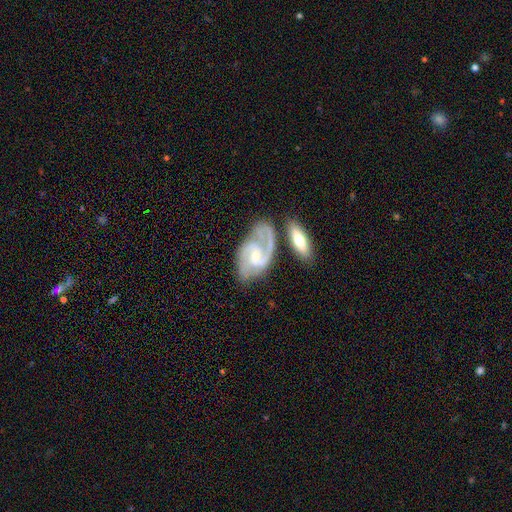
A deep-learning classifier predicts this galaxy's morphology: Smooth or featured?
  - featured or disk: 90% *
  - smooth: 5%
  - star or artifact: 4%
Edge-on disk?
  - no: 97% *
  - yes: 3%
Bar?
  - weak: 45% *
  - no: 41%
  - strong: 14%
Spiral arms?
  - yes: 98% *
  - no: 2%
Spiral winding?
  - medium: 54% *
  - tight: 35%
  - loose: 11%
Spiral arm count?
  - 2: 81% *
  - 3: 10%
  - can't tell: 4%
  - 1: 2%
  - 4: 2%
  - more than 4: 2%
Bulge size?
  - small: 60% *
  - moderate: 36%
  - none: 2%
  - large: 1%
  - dominant: 1%
Merging?
  - none: 58% *
  - minor disturbance: 19%
  - merger: 16%
  - major disturbance: 7%